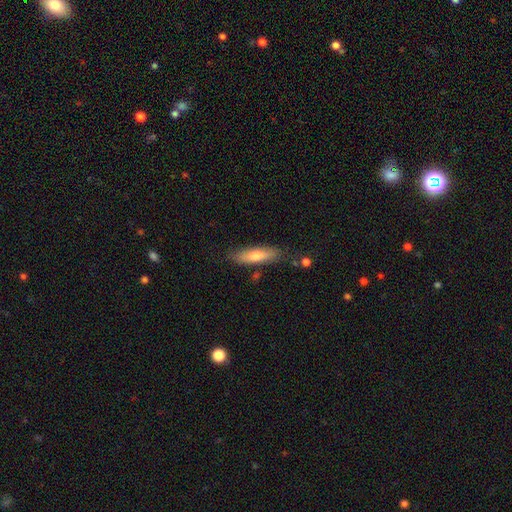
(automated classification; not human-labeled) Q: Smooth or featured?
A: smooth (67%); runner-up: featured or disk (26%)
Q: How rounded?
A: cigar-shaped (67%); runner-up: in between (31%)
Q: Merging?
A: none (79%); runner-up: minor disturbance (15%)